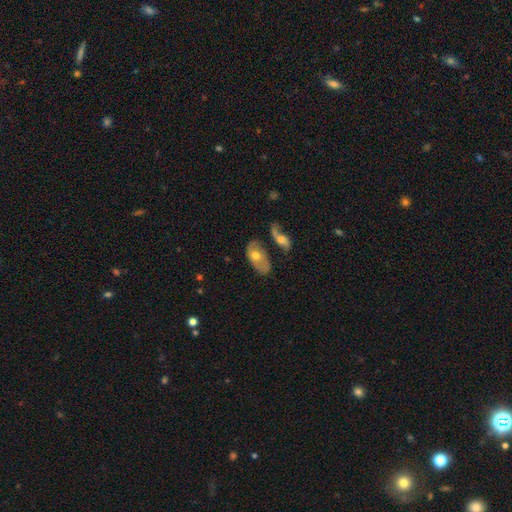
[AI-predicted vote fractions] Smooth or featured: featured or disk — 51% (smooth — 41%)
Edge-on disk: no — 86% (yes — 14%)
Merging: none — 48% (minor disturbance — 21%)